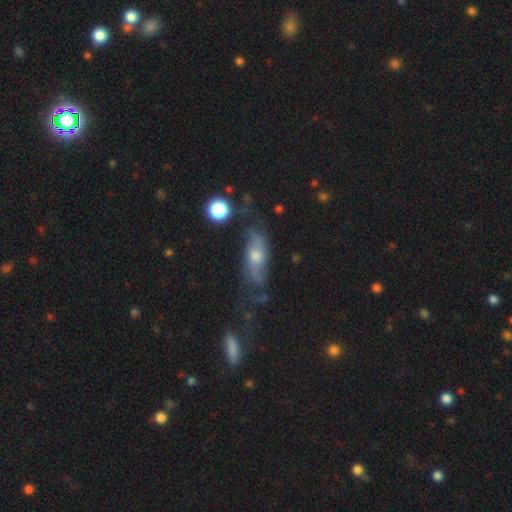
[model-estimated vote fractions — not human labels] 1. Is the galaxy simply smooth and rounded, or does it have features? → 62% featured or disk, 29% smooth, 9% star or artifact.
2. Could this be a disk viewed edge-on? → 75% no, 25% yes.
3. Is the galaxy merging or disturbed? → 51% none, 26% minor disturbance, 18% major disturbance, 5% merger.